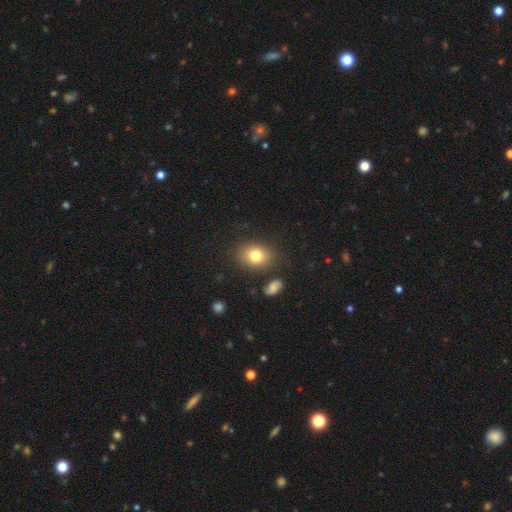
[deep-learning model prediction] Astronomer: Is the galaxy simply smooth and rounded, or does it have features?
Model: smooth — 79%.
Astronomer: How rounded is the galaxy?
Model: in between — 52% (runner-up: round, 47%).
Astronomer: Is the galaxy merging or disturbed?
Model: none — 82%.